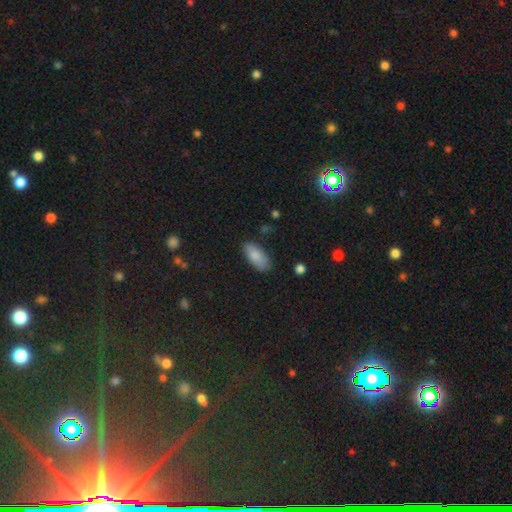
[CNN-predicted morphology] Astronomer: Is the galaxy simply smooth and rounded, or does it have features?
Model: smooth — 84%.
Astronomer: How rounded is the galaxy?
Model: in between — 87%.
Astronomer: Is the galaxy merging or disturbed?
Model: none — 78%.